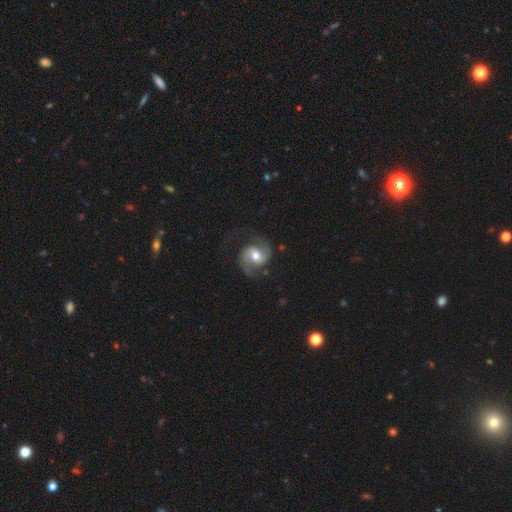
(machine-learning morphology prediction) Overall: featured or disk (83%). Edge-on disk: no (98%). Bar: no (56%; weak 34%). Spiral arms: yes (96%). Spiral arm count: 2 (92%). Spiral winding: medium (51%; loose 31%). Bulge size: moderate (73%). Merging: none (72%).